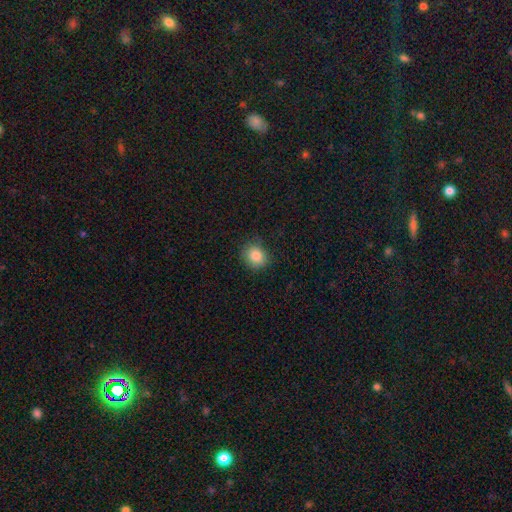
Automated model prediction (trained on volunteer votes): Smooth or featured?
  - smooth: 85% *
  - star or artifact: 10%
  - featured or disk: 5%
How rounded?
  - round: 72% *
  - in between: 28%
  - cigar-shaped: 1%
Merging?
  - none: 79% *
  - minor disturbance: 16%
  - major disturbance: 4%
  - merger: 1%